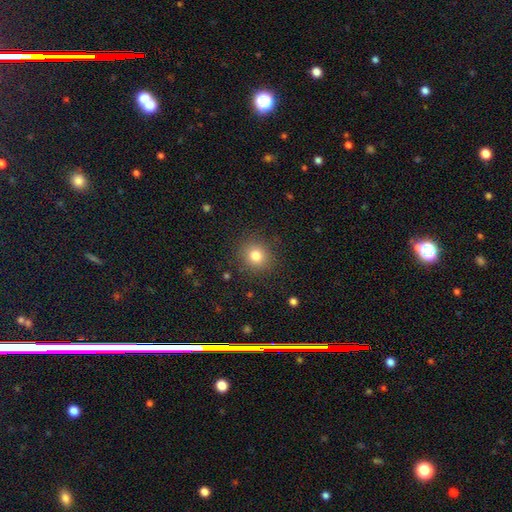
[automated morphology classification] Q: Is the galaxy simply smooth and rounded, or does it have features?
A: smooth — 80%.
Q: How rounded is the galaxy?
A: round — 88%.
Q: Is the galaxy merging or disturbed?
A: none — 88%.